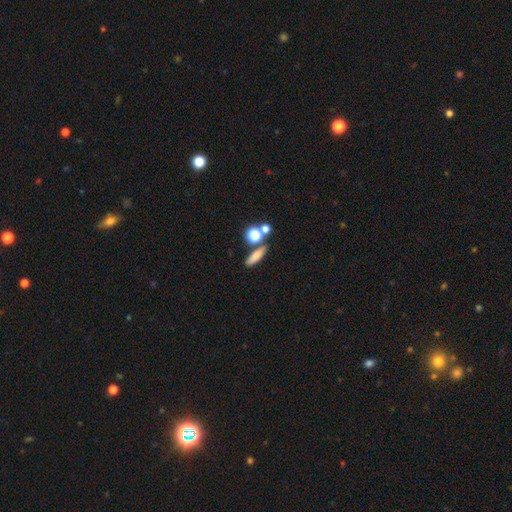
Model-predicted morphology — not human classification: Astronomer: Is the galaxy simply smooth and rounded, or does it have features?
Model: smooth — 73%.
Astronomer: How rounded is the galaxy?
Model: cigar-shaped — 52% (runner-up: in between, 31%).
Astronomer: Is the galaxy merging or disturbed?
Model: none — 69%.